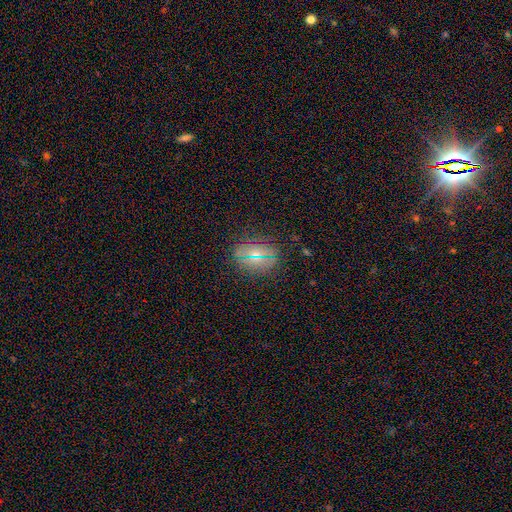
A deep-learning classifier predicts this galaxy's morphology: Q: Smooth or featured?
A: smooth (59%); runner-up: star or artifact (27%)
Q: How rounded?
A: in between (56%); runner-up: round (40%)
Q: Merging?
A: none (85%); runner-up: minor disturbance (10%)